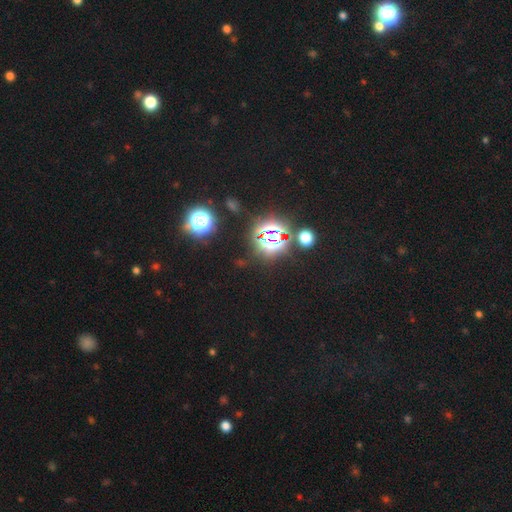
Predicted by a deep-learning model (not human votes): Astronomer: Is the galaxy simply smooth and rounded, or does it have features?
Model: star or artifact — 80%.